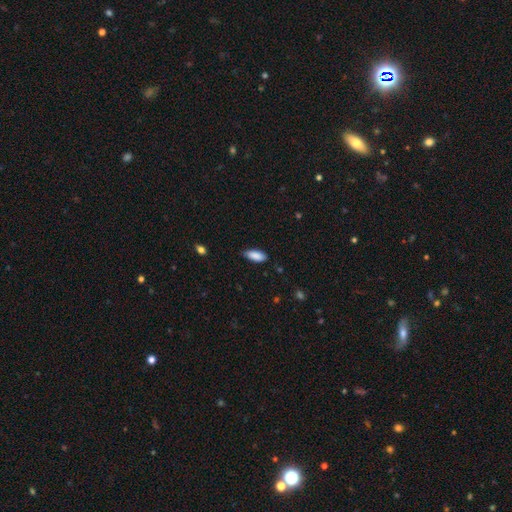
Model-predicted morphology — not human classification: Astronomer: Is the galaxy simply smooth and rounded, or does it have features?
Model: smooth — 89%.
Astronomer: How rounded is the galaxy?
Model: in between — 83%.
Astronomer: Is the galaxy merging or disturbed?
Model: none — 80%.